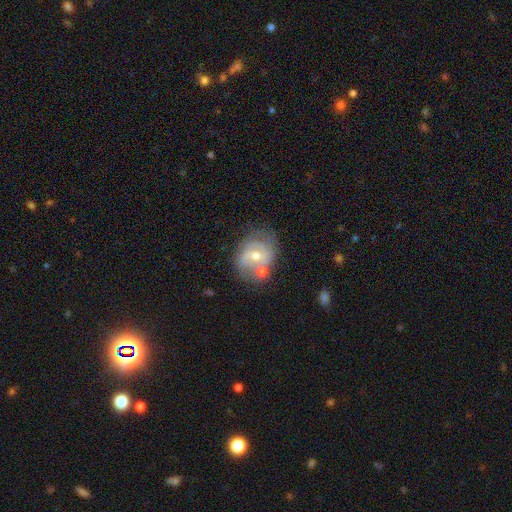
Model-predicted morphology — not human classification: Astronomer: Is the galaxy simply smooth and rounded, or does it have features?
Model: featured or disk — 68%.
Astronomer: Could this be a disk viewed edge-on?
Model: no — 97%.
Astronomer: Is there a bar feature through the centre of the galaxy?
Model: weak — 48% (runner-up: no, 40%).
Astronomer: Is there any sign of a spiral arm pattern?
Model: yes — 80%.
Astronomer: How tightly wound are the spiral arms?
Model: medium — 46% (runner-up: tight, 33%).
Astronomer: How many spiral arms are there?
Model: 2 — 61%.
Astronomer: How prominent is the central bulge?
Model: moderate — 57% (runner-up: small, 39%).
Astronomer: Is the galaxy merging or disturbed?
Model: none — 53%.